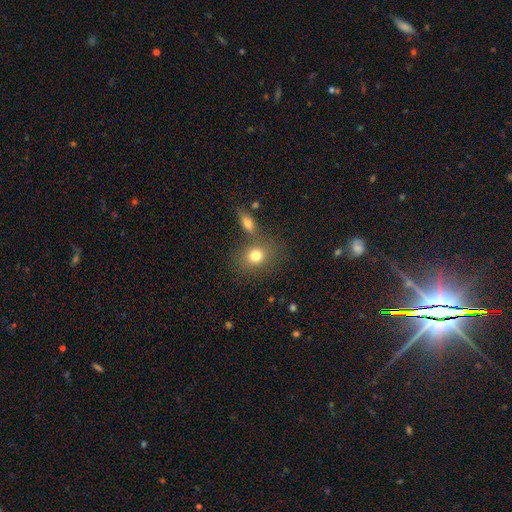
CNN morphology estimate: This appears to be a smooth galaxy with no disk features (78%) that is round (66%). Merging: none (65%).